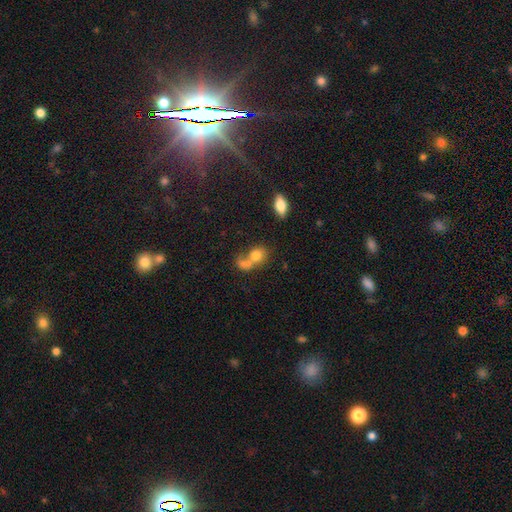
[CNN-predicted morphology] smooth 73%, featured or disk 16%, star or artifact 11%. Down the decision tree: how rounded — round (52%); merging — merger (64%).